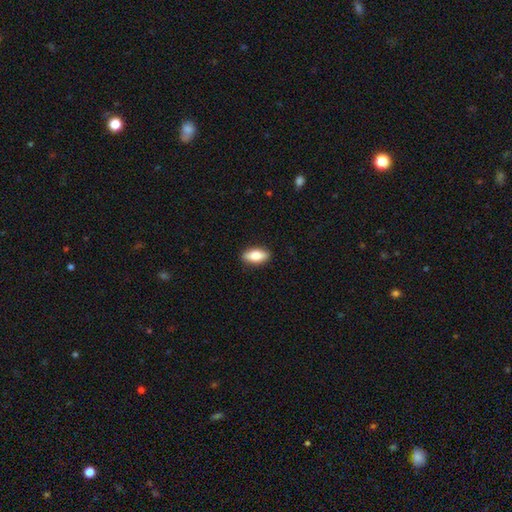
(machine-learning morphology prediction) Overall: smooth (75%). How rounded: in between (84%). Merging: none (89%).